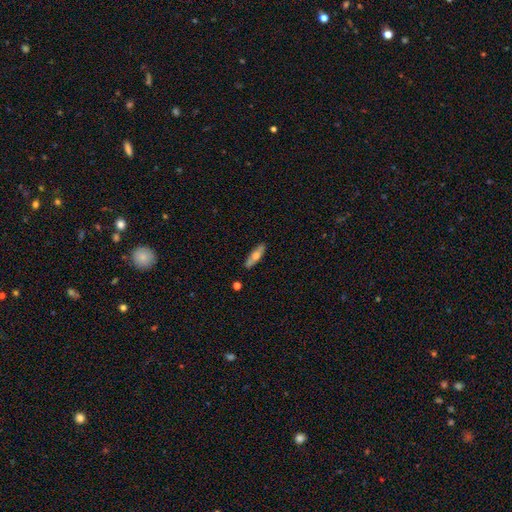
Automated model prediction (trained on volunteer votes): Smooth or featured? Predicted: smooth (p=0.57). How rounded? Predicted: cigar-shaped (p=0.58). Merging? Predicted: none (p=0.84).